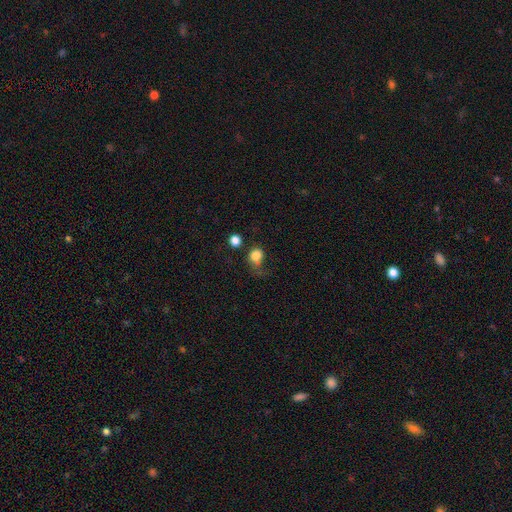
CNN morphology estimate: smooth-or-featured: smooth: 79% | star or artifact: 11% | featured or disk: 10%
  how-rounded: round: 68% | in between: 31% | cigar-shaped: 1%
  merging: none: 35% | major disturbance: 32% | minor disturbance: 20% | merger: 13%